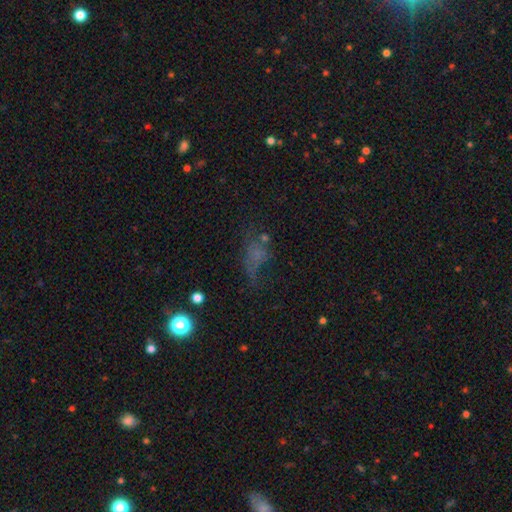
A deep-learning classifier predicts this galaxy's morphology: Smooth or featured?
  - smooth: 45% *
  - star or artifact: 28%
  - featured or disk: 27%
Merging?
  - none: 39% *
  - major disturbance: 33%
  - minor disturbance: 21%
  - merger: 7%